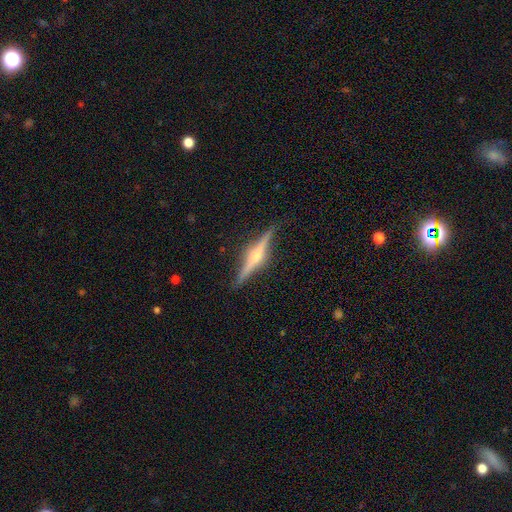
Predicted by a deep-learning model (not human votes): Smooth or featured: featured or disk — 79% (smooth — 14%)
Edge-on disk: yes — 98% (no — 2%)
Edge-on bulge: rounded — 86% (boxy — 8%)
Merging: none — 88% (minor disturbance — 9%)